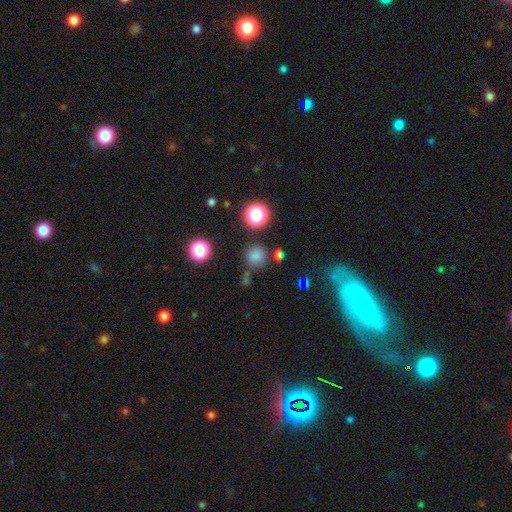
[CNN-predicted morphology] A smooth galaxy with no disk features (73%) that is round (90%). Merging: none (75%).